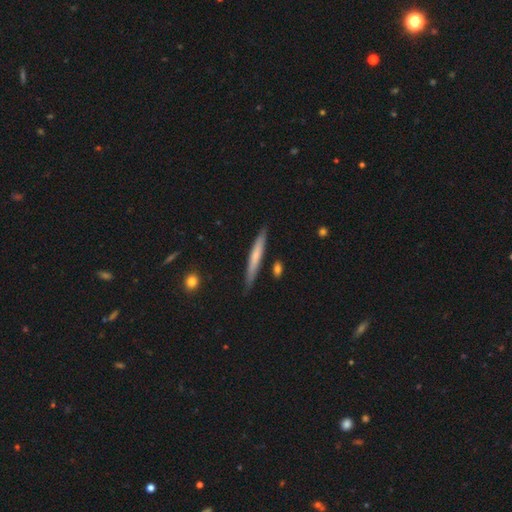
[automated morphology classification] Smooth or featured: smooth — 57% (featured or disk — 38%)
How rounded: cigar-shaped — 95% (in between — 3%)
Merging: none — 85% (minor disturbance — 11%)